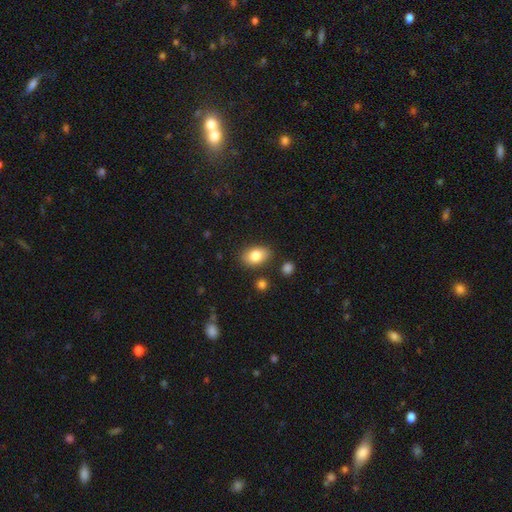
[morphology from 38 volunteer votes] smooth_or_featured: smooth (p=0.95) [alt: star or artifact p=0.05]
how_rounded: in between (p=0.86) [alt: round p=0.14]
merging: none (p=0.89) [alt: minor disturbance p=0.06]